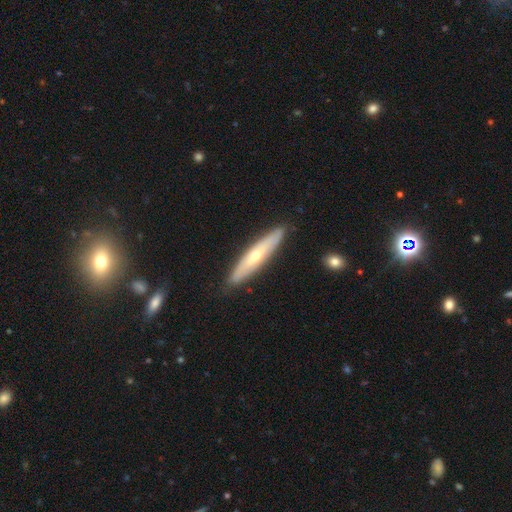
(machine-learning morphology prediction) This appears to be a featured or disk galaxy (55%) viewed edge-on (71%). Merging: none (88%).